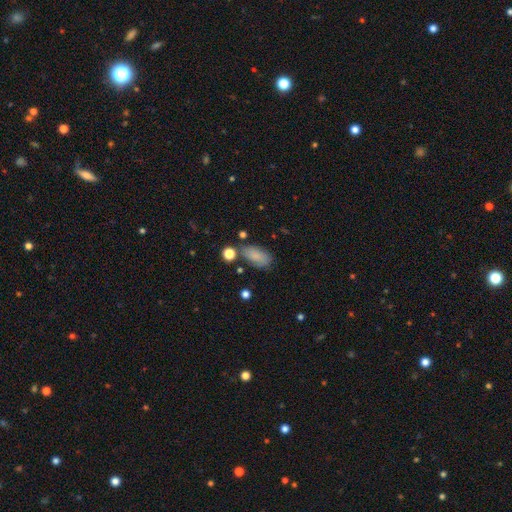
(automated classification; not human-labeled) smooth_or_featured: smooth (p=0.81) [alt: star or artifact p=0.10]
how_rounded: in between (p=0.90) [alt: round p=0.05]
merging: none (p=0.67) [alt: minor disturbance p=0.20]